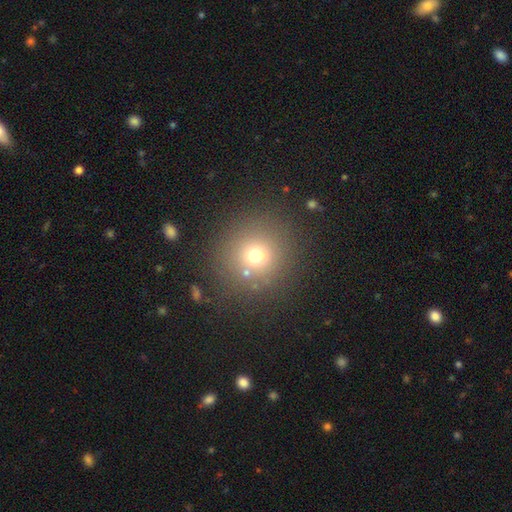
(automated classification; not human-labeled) Smooth or featured?
  - smooth: 64% *
  - star or artifact: 20%
  - featured or disk: 16%
How rounded?
  - round: 90% *
  - in between: 9%
  - cigar-shaped: 1%
Merging?
  - none: 71% *
  - merger: 15%
  - minor disturbance: 9%
  - major disturbance: 5%